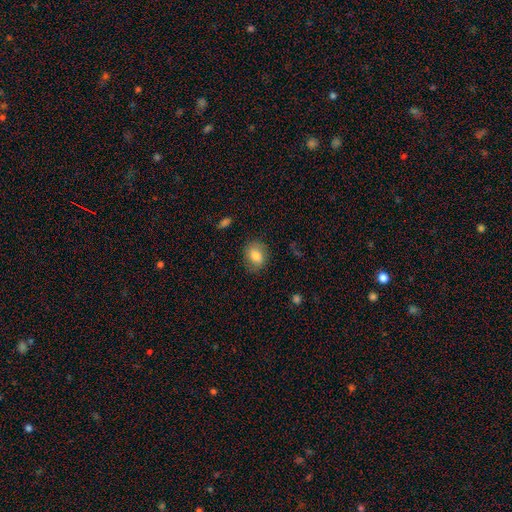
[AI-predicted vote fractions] Smooth or featured? Predicted: smooth (p=0.80). How rounded? Predicted: in between (p=0.53). Merging? Predicted: none (p=0.81).